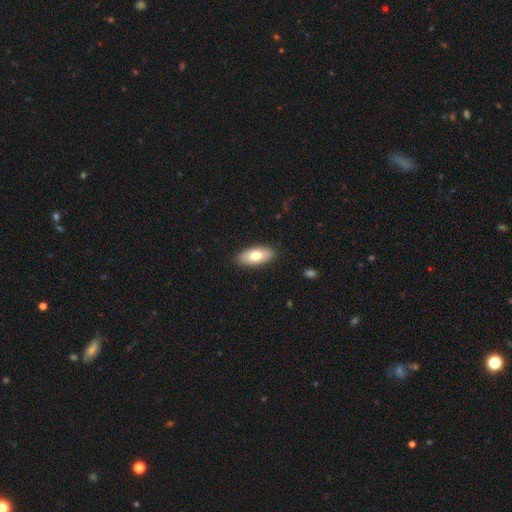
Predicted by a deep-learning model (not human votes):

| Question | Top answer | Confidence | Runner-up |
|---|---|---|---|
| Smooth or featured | smooth | 76% | featured or disk (18%) |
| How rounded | in between | 88% | cigar-shaped (10%) |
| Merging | none | 88% | minor disturbance (9%) |